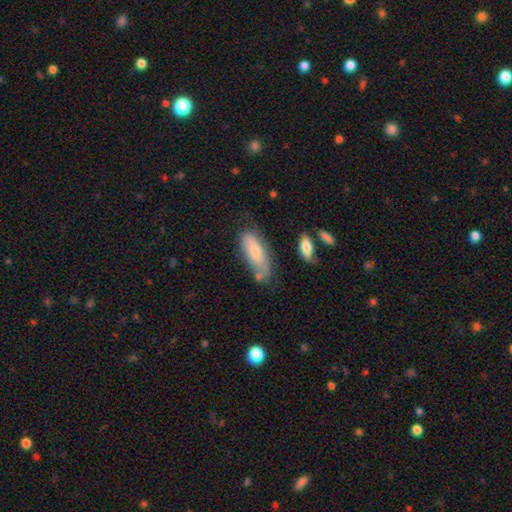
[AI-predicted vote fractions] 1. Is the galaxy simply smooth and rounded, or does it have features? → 64% smooth, 29% featured or disk, 7% star or artifact.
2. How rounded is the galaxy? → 73% in between, 24% cigar-shaped, 2% round.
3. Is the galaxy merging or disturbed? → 51% none, 31% minor disturbance, 11% major disturbance, 7% merger.